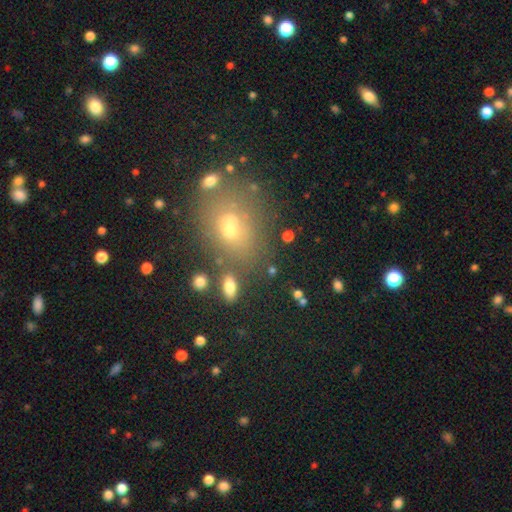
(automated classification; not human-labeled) Smooth or featured? smooth (55%)
How rounded? round (56%)
Merging? none (78%)